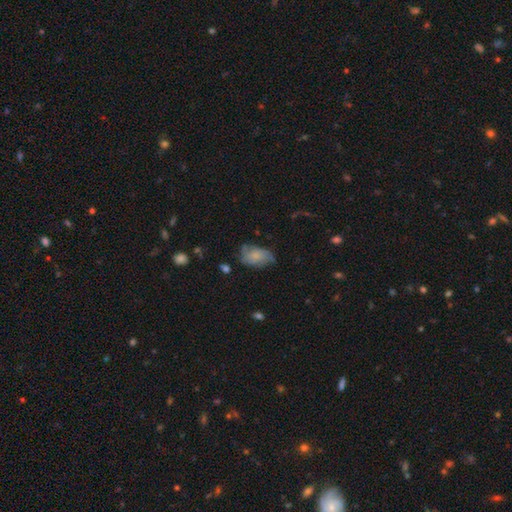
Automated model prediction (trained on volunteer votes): Q: Smooth or featured?
A: smooth (61%); runner-up: featured or disk (31%)
Q: How rounded?
A: in between (89%); runner-up: round (9%)
Q: Merging?
A: none (52%); runner-up: minor disturbance (33%)